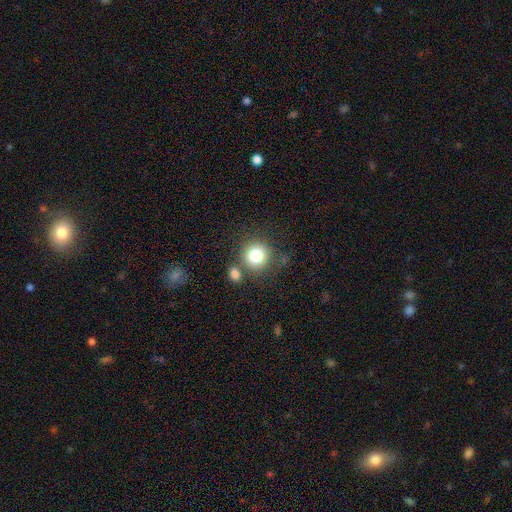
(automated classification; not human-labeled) Smooth or featured? smooth (80%)
How rounded? round (92%)
Merging? none (72%)